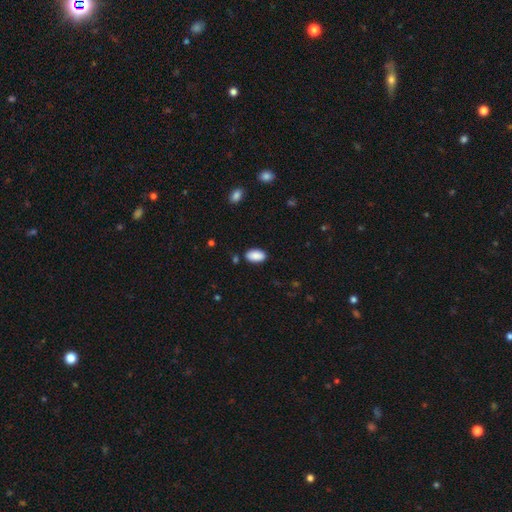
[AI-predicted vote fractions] A smooth galaxy with no disk features (90%) that is in between round and cigar-shaped (94%). Merging: none (85%).